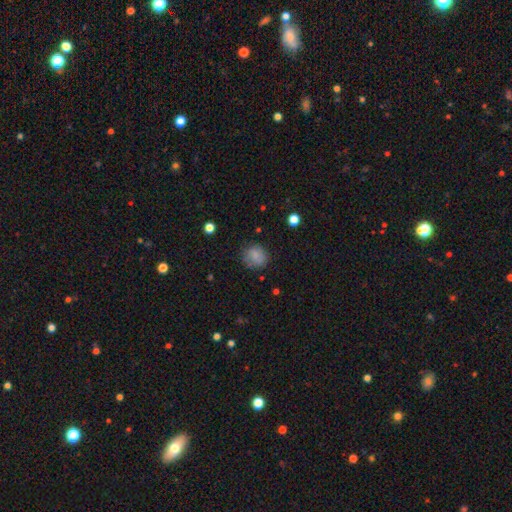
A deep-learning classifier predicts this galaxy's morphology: A smooth galaxy with no disk features (76%) that is round (80%).

Vote fractions:
- Smooth or featured? smooth: 76% / featured or disk: 14% / star or artifact: 10%
- How rounded? round: 80% / in between: 19% / cigar-shaped: 1%
- Merging? none: 75% / minor disturbance: 18% / major disturbance: 6% / merger: 2%